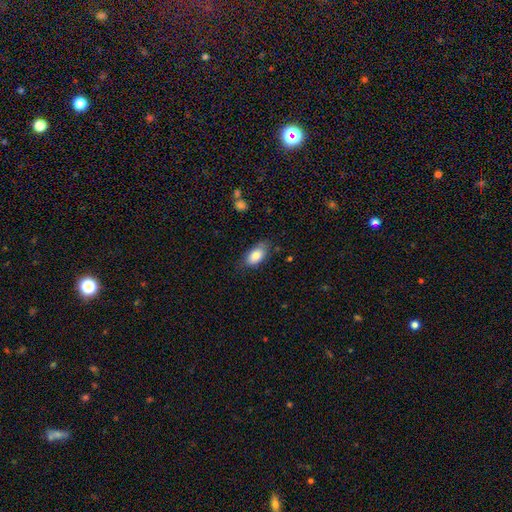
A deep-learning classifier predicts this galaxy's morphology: smooth 83%, featured or disk 10%, star or artifact 7%. Down the decision tree: how rounded — in between (92%); merging — none (72%).